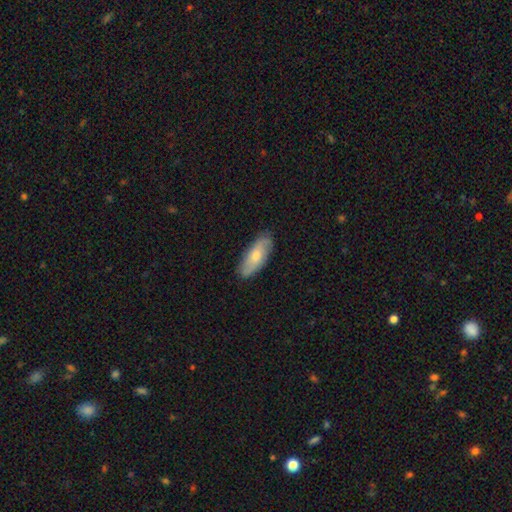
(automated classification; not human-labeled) Morphology: type=smooth (56%); roundness=in between (74%); merging=none (85%).